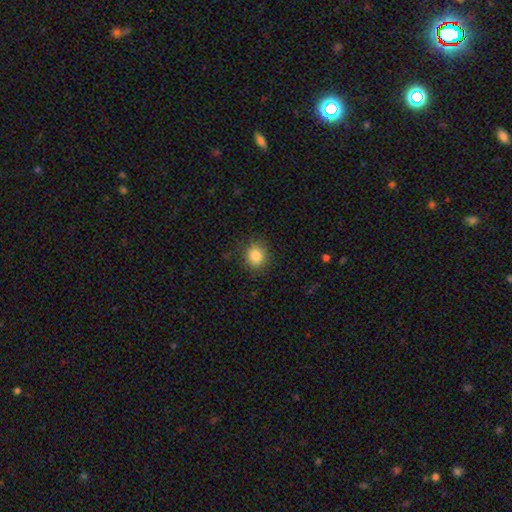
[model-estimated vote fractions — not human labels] Morphology: type=smooth (85%); roundness=round (83%); merging=none (87%).